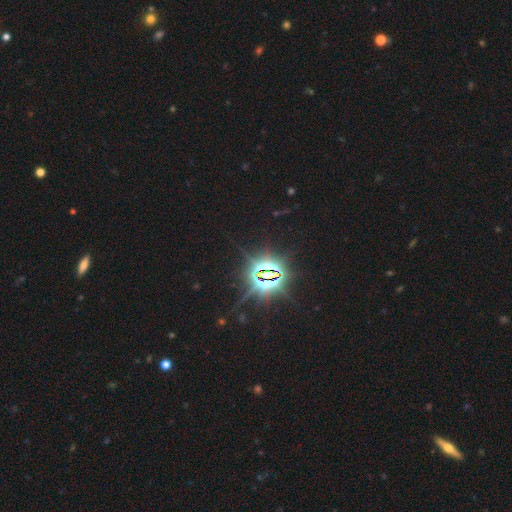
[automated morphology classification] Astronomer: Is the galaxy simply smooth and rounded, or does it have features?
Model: star or artifact — 85%.